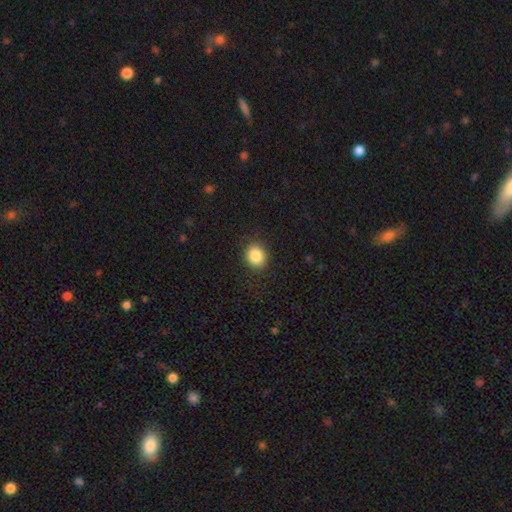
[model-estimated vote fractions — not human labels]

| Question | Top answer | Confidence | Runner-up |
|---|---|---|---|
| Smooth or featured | smooth | 86% | star or artifact (9%) |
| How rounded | round | 68% | in between (31%) |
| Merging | none | 88% | minor disturbance (9%) |